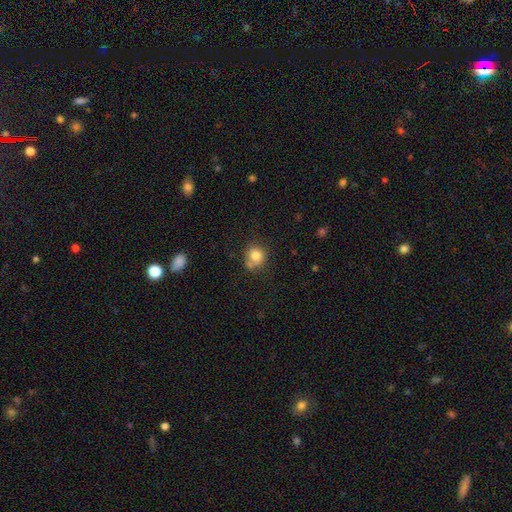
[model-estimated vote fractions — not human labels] Morphology: type=smooth (80%); roundness=round (82%); merging=none (59%).